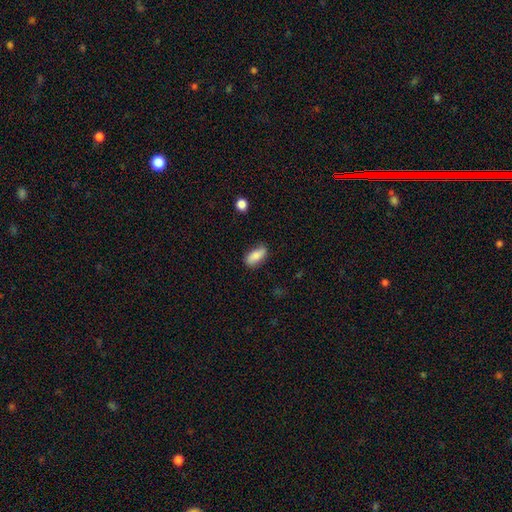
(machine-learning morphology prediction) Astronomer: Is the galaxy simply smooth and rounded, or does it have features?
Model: smooth — 81%.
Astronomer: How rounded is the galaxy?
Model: in between — 83%.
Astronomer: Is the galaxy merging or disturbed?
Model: none — 74%.